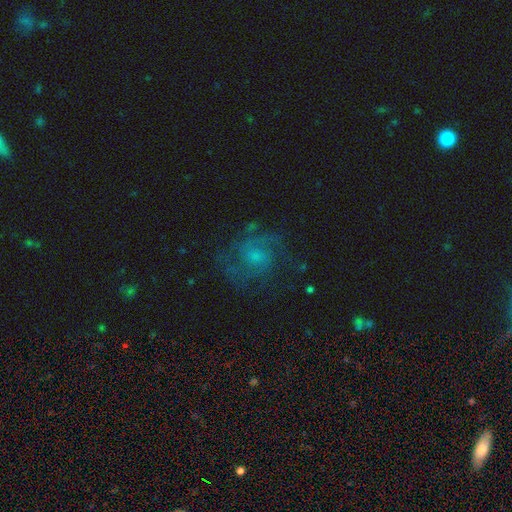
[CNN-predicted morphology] Q: Smooth or featured?
A: featured or disk (66%); runner-up: smooth (22%)
Q: Edge-on disk?
A: no (98%); runner-up: yes (2%)
Q: Bar?
A: no (65%); runner-up: weak (31%)
Q: Spiral arms?
A: yes (86%); runner-up: no (14%)
Q: Spiral winding?
A: medium (50%); runner-up: tight (27%)
Q: Spiral arm count?
A: 2 (38%); runner-up: can't tell (29%)
Q: Bulge size?
A: small (46%); runner-up: moderate (28%)
Q: Merging?
A: none (63%); runner-up: minor disturbance (18%)